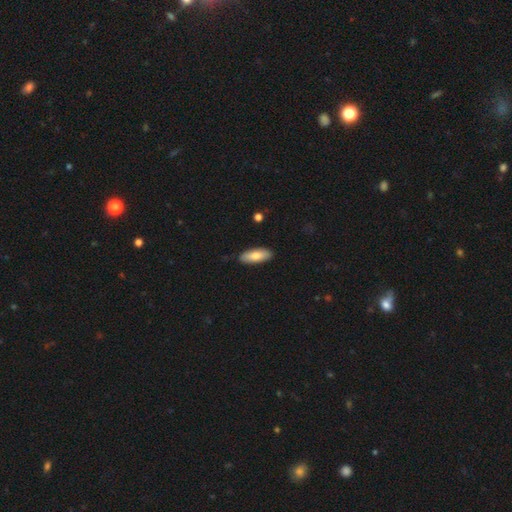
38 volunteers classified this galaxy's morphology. Smooth or featured? 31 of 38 (82%) said smooth. How rounded? 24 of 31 (77%) said in between. Merging? 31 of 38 (82%) said none.